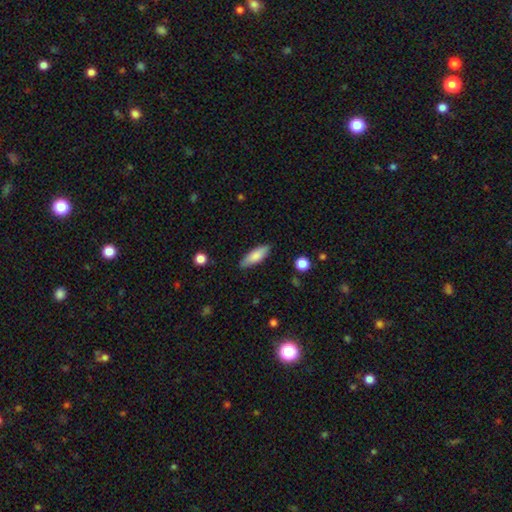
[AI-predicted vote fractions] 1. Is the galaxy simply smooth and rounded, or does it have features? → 80% smooth, 14% featured or disk, 6% star or artifact.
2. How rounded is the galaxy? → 57% in between, 41% cigar-shaped, 2% round.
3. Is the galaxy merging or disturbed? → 86% none, 10% minor disturbance, 2% major disturbance, 1% merger.